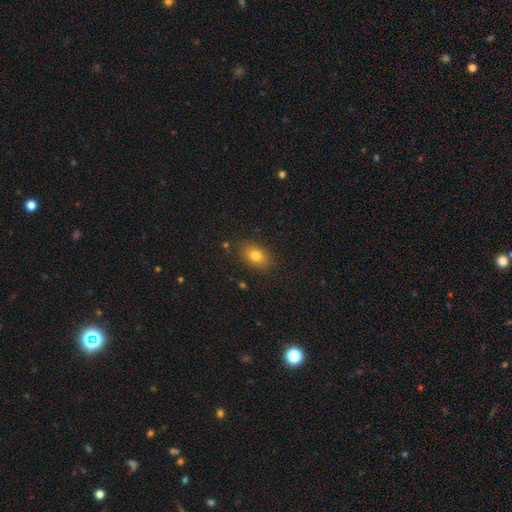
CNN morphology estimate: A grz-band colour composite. It shows a smooth galaxy with no disk features (79%) that is in between round and cigar-shaped (81%). Merging: none (85%).